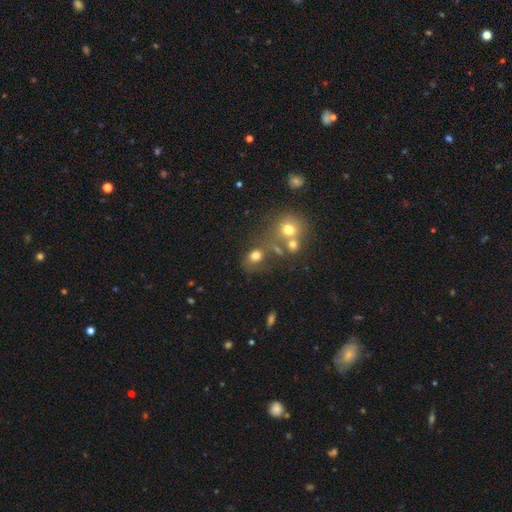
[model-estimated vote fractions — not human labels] smooth 73%, star or artifact 16%, featured or disk 11%. Down the decision tree: how rounded — round (55%); merging — none (47%).